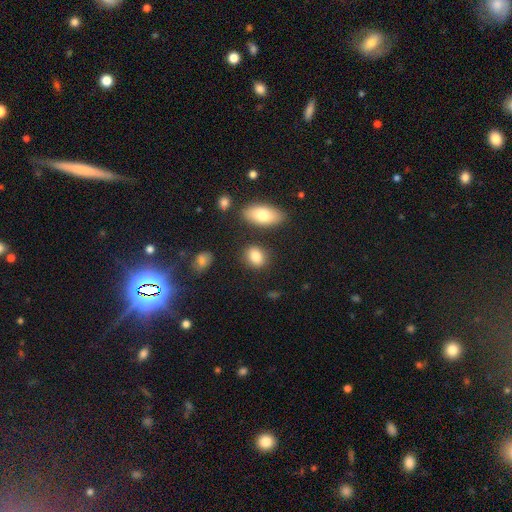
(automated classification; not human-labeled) Morphology: type=smooth (85%); roundness=in between (59%); merging=none (81%).